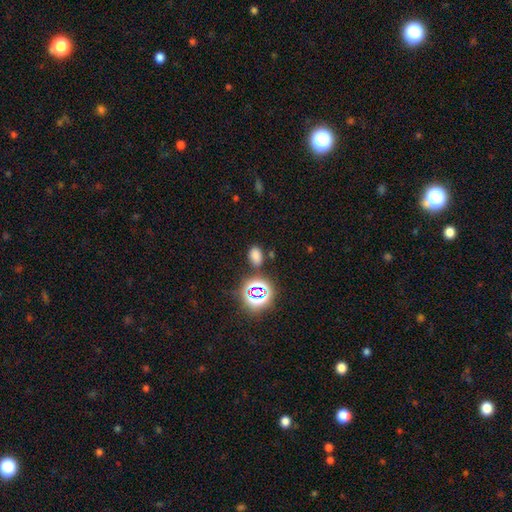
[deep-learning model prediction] smooth-or-featured: smooth: 69% | star or artifact: 25% | featured or disk: 6%
  how-rounded: in between: 84% | round: 15% | cigar-shaped: 2%
  merging: none: 80% | minor disturbance: 11% | merger: 5% | major disturbance: 4%